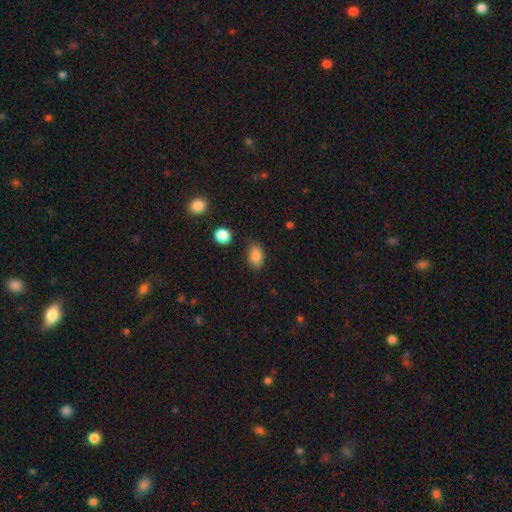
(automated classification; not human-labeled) This appears to be a smooth galaxy with no disk features (86%) that is in between round and cigar-shaped (89%). Merging: none (81%).